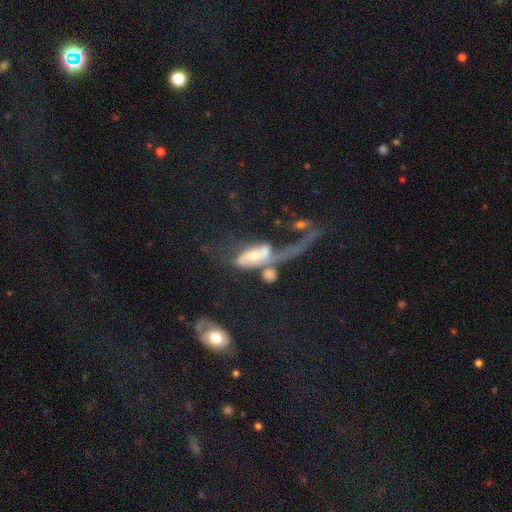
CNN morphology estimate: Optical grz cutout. It shows a featured or disk galaxy (61%) with no bar (53%), spiral arms (70%) and a moderate central bulge (52%). Merging: merger (44%).